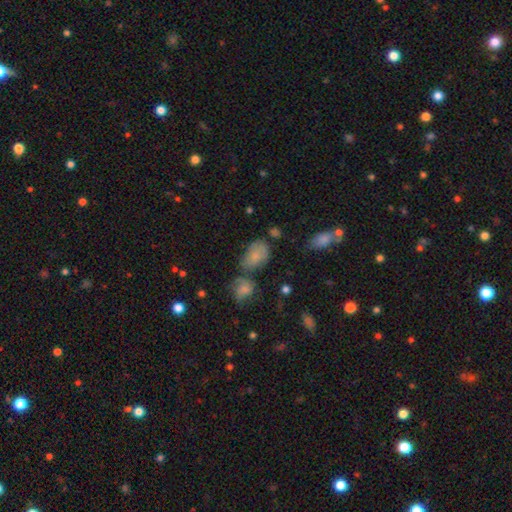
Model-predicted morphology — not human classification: smooth 64%, featured or disk 20%, star or artifact 16%. Down the decision tree: how rounded — in between (77%); merging — none (44%).